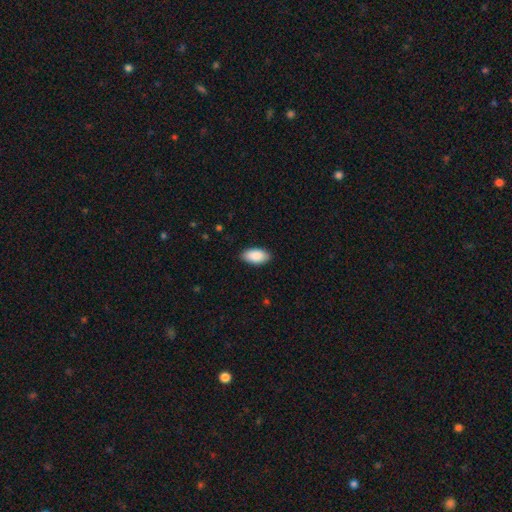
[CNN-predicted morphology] This is clearly a smooth galaxy (90%). How rounded: clearly in between (95%). Merging: clearly none (88%).